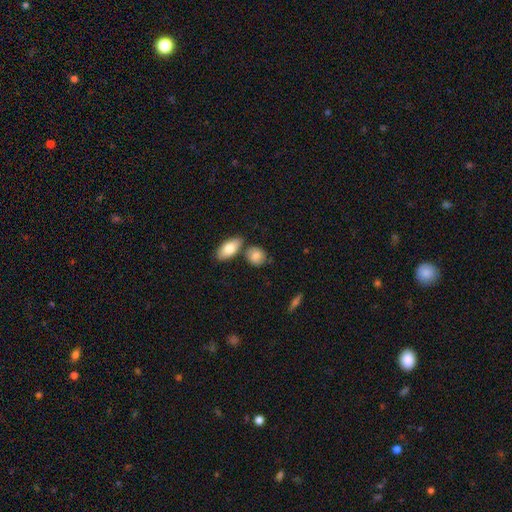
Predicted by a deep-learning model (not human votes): smooth 80%, featured or disk 13%, star or artifact 7%. Down the decision tree: how rounded — in between (51%); merging — none (67%).